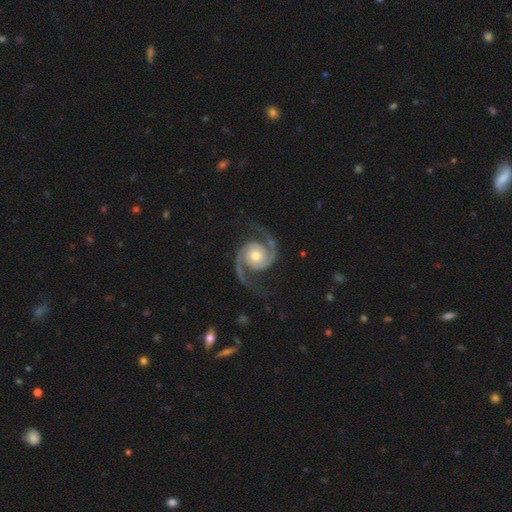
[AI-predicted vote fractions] Overall: featured or disk (93%). Edge-on disk: no (98%). Bar: no (75%). Spiral arms: yes (99%). Spiral arm count: 2 (95%). Spiral winding: medium (58%; tight 22%). Bulge size: moderate (66%). Merging: none (82%).